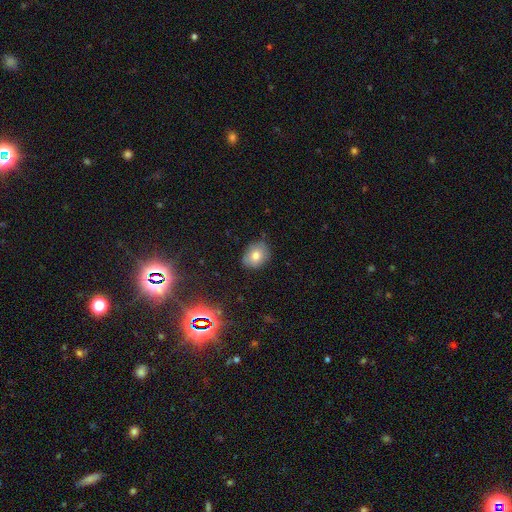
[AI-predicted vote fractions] This appears to be a smooth galaxy with no disk features (76%) that is in between round and cigar-shaped (54%). Merging: none (80%).